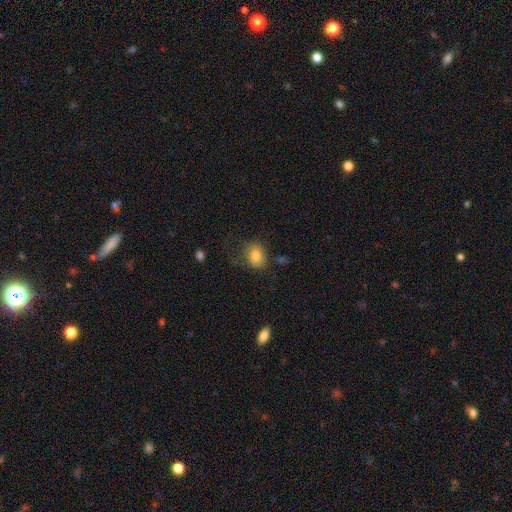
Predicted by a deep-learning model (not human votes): smooth-or-featured: smooth: 80% | featured or disk: 10% | star or artifact: 10%
  how-rounded: in between: 57% | round: 42% | cigar-shaped: 1%
  merging: none: 59% | minor disturbance: 24% | major disturbance: 13% | merger: 4%